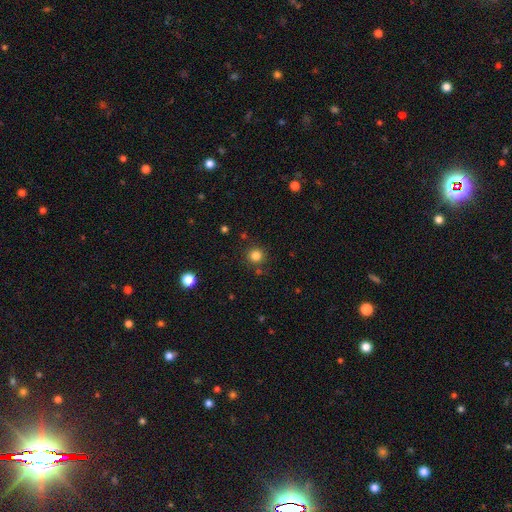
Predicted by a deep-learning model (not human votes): Smooth or featured?
  - smooth: 82% *
  - star or artifact: 13%
  - featured or disk: 5%
How rounded?
  - round: 94% *
  - in between: 5%
  - cigar-shaped: 1%
Merging?
  - none: 86% *
  - minor disturbance: 8%
  - merger: 3%
  - major disturbance: 3%